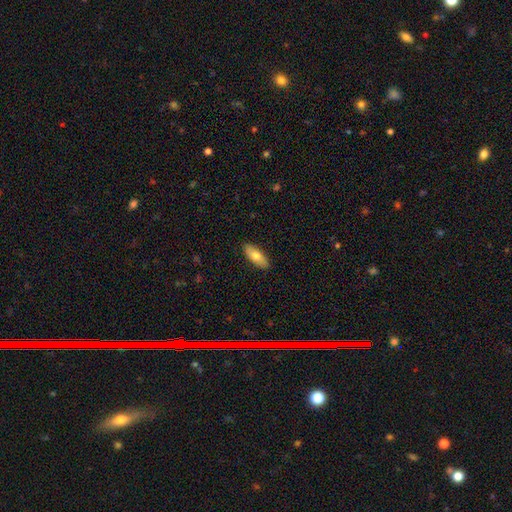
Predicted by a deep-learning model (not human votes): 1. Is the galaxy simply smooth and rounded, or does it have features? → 74% smooth, 21% featured or disk, 6% star or artifact.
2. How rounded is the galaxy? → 76% in between, 22% cigar-shaped, 2% round.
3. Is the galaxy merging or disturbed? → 89% none, 9% minor disturbance, 2% major disturbance, 1% merger.